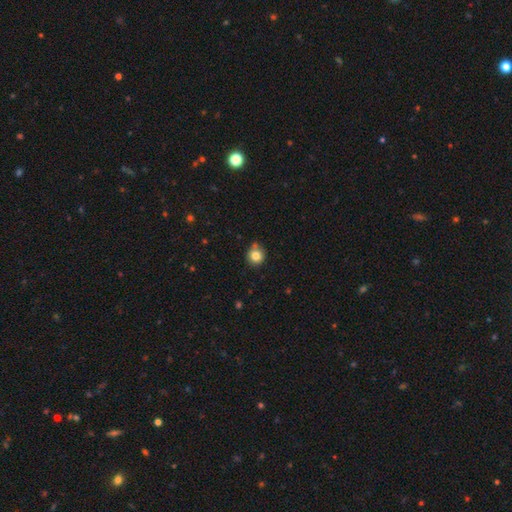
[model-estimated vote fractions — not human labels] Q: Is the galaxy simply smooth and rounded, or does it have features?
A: smooth — 82%.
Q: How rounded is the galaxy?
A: round — 91%.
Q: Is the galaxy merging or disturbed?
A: none — 75%.